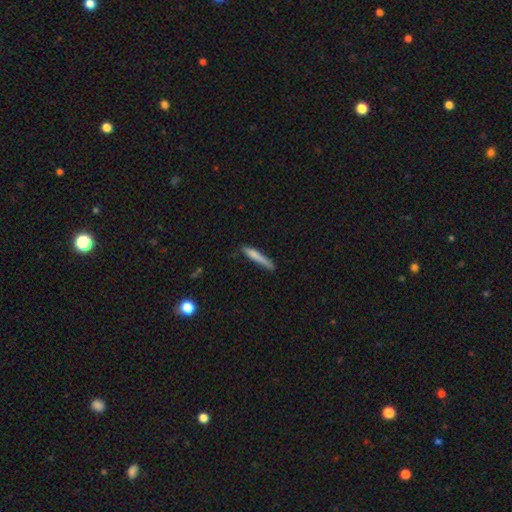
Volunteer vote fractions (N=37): This is likely a smooth galaxy (76%). How rounded: clearly cigar-shaped (89%). Merging: likely none (76%).